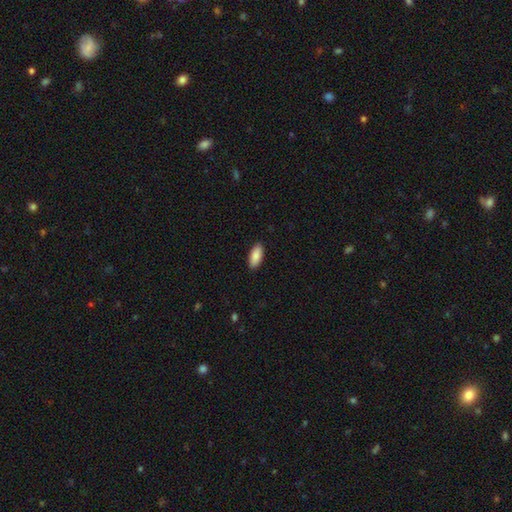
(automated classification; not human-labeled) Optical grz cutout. It shows a smooth galaxy with no disk features (89%) that is in between round and cigar-shaped (86%). Merging: none (90%).